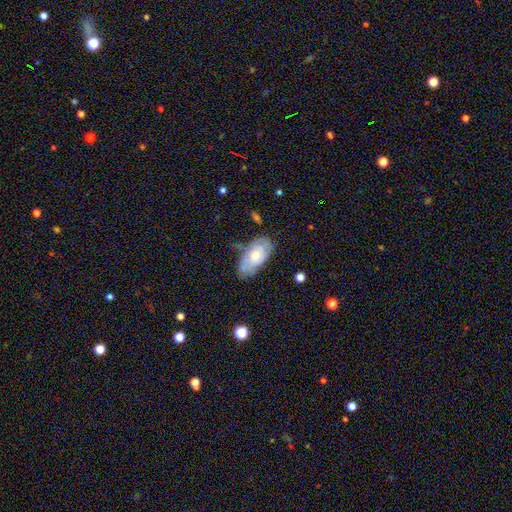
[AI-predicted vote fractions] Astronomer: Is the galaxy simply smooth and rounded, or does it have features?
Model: smooth — 48% (runner-up: featured or disk, 45%).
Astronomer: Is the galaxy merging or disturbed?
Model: none — 52% (runner-up: minor disturbance, 31%).